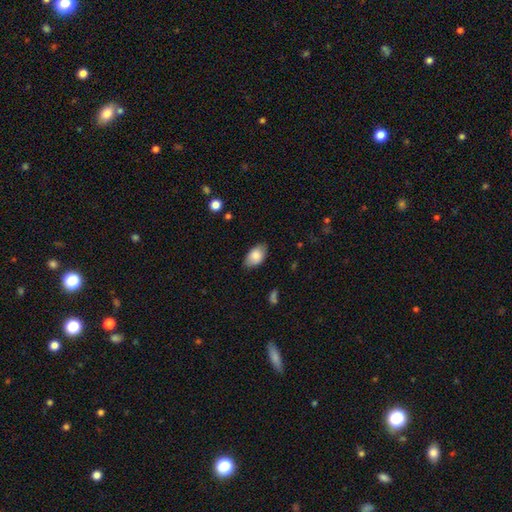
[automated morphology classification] type=smooth (83%); roundness=in between (92%); merging=none (81%).